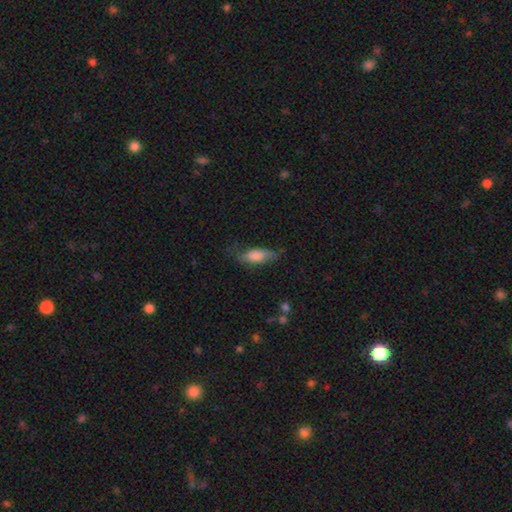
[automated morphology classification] Smooth or featured? smooth (71%)
How rounded? in between (72%)
Merging? none (54%)